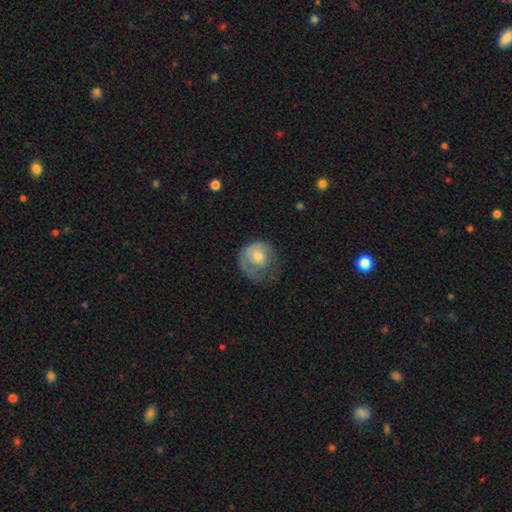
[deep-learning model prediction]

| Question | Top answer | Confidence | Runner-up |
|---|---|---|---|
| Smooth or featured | smooth | 53% | featured or disk (40%) |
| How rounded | round | 76% | in between (23%) |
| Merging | none | 38% | major disturbance (34%) |